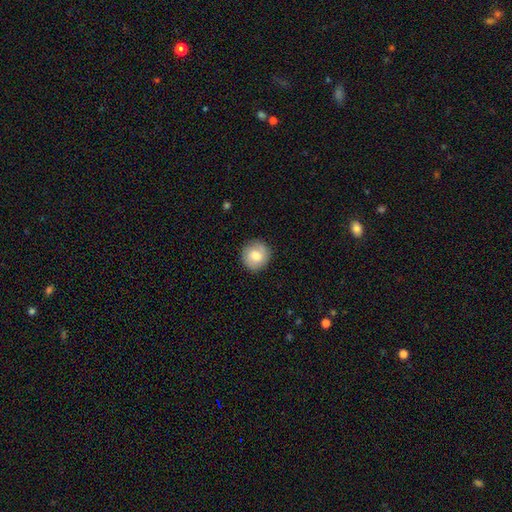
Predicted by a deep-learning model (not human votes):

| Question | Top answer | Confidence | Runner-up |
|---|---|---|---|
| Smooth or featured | smooth | 75% | featured or disk (18%) |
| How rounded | round | 92% | in between (7%) |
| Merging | none | 88% | minor disturbance (8%) |